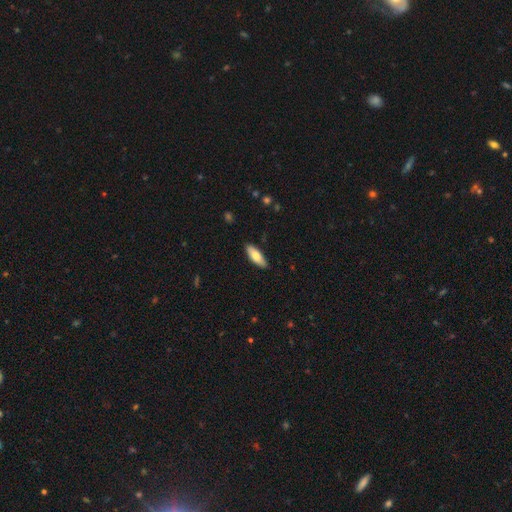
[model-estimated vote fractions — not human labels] This is likely a smooth galaxy (73%). How rounded: likely in between (66%). Merging: clearly none (88%).